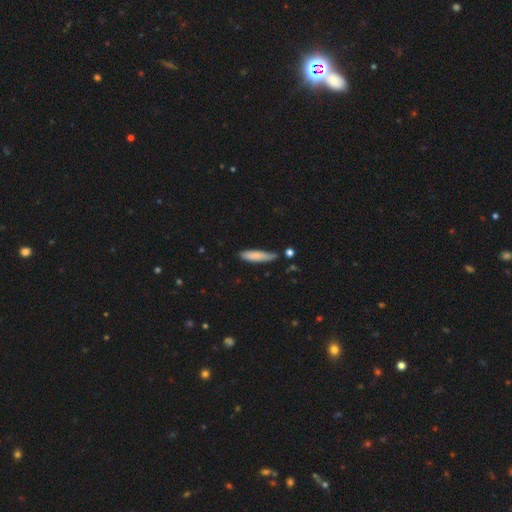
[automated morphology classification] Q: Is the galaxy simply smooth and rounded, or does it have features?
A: smooth — 80%.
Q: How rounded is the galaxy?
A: cigar-shaped — 77%.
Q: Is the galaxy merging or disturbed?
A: none — 64%.